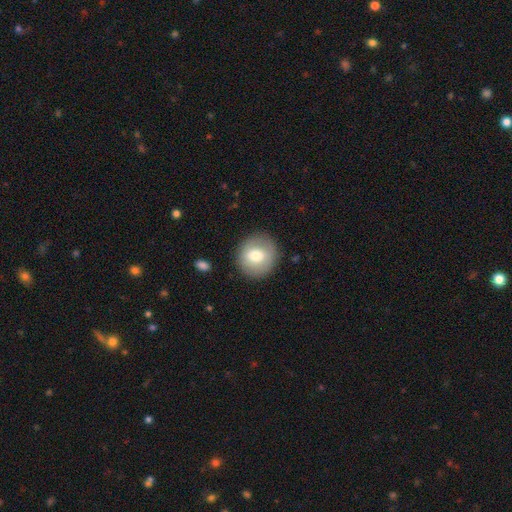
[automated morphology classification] Overall: smooth (71%). How rounded: round (87%). Merging: none (86%).